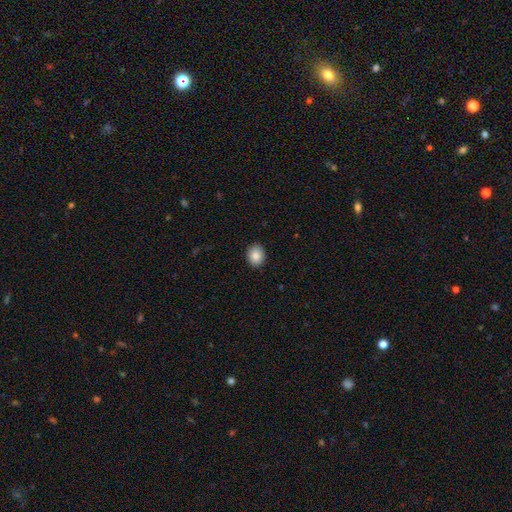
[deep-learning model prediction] Smooth or featured: smooth — 88% (star or artifact — 8%)
How rounded: round — 56% (in between — 43%)
Merging: none — 90% (minor disturbance — 7%)